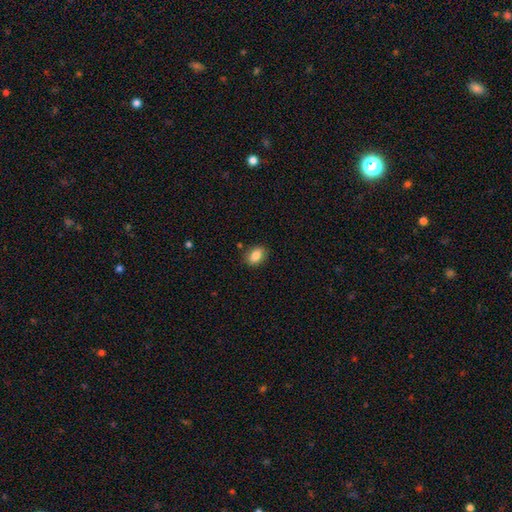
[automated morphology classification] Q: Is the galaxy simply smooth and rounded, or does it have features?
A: smooth — 85%.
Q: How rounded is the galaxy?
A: in between — 77%.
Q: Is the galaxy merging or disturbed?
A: none — 85%.